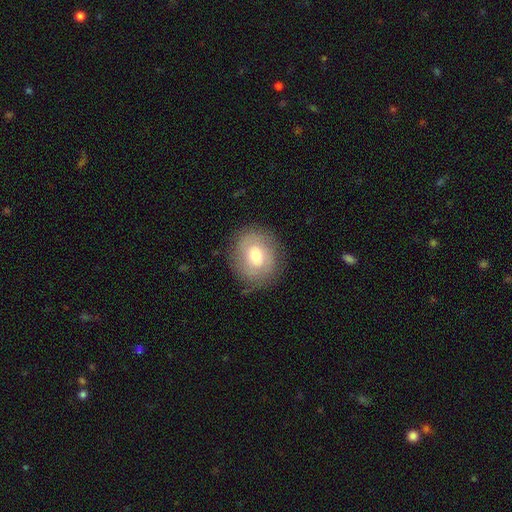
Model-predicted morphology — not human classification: Smooth or featured? Predicted: smooth (p=0.53). How rounded? Predicted: round (p=0.73). Merging? Predicted: none (p=0.79).